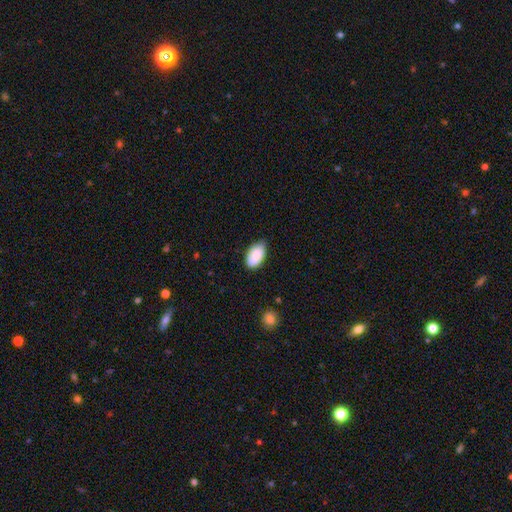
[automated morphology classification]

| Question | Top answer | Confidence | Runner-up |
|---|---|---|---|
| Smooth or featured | smooth | 86% | featured or disk (7%) |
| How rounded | in between | 95% | round (4%) |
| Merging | none | 72% | minor disturbance (24%) |